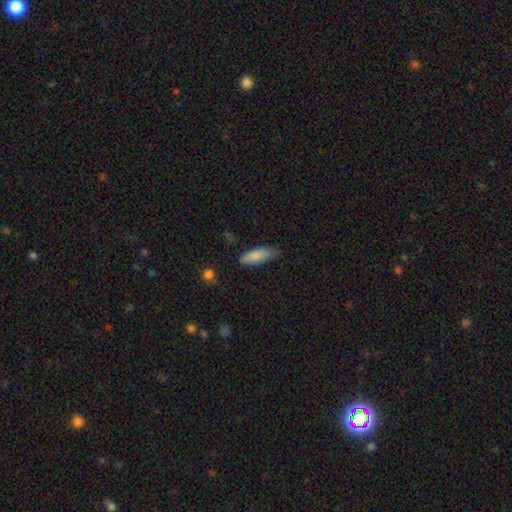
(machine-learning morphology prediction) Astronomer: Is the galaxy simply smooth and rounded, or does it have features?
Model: smooth — 85%.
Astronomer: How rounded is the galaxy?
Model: in between — 62% (runner-up: cigar-shaped, 37%).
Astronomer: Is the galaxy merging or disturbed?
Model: none — 66%.